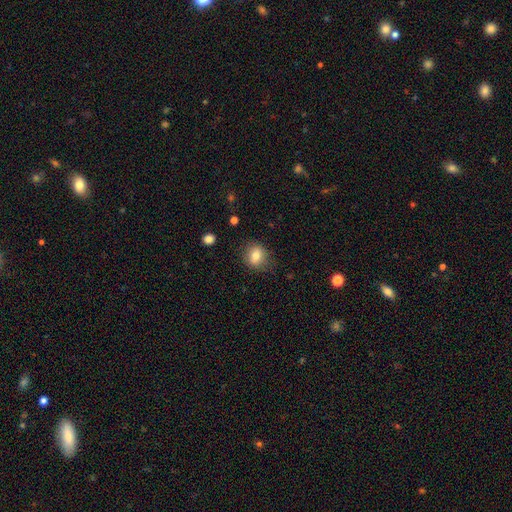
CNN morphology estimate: Smooth or featured? Predicted: smooth (p=0.77). How rounded? Predicted: round (p=0.69). Merging? Predicted: none (p=0.80).